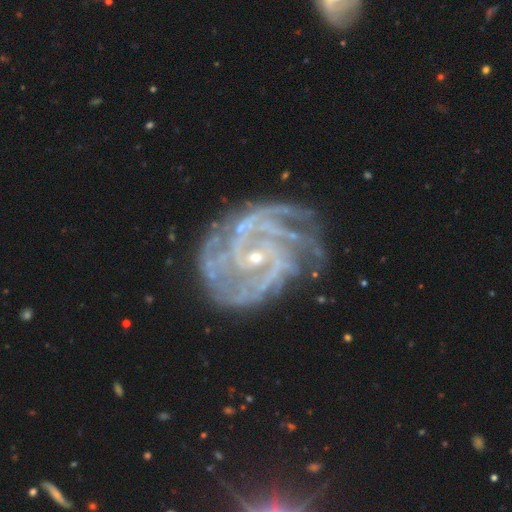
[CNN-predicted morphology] This is clearly a featured or disk galaxy (90%). It is clearly not viewed edge-on (98%). Bar: possibly no (51%). Spiral arm pattern: clearly yes (98%). Spiral arm count: marginally 3 (20%, tied with 4 and 2). Spiral winding: likely tight (60%). Central bulge: clearly small (81%). Merging: likely none (66%).